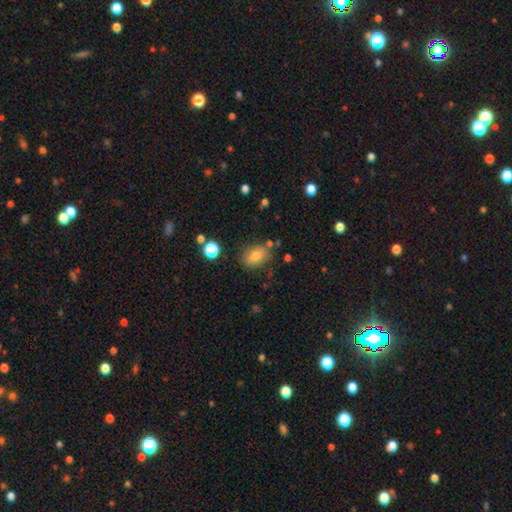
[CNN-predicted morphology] Smooth or featured?
  - smooth: 76% *
  - star or artifact: 13%
  - featured or disk: 11%
How rounded?
  - in between: 70% *
  - round: 29%
  - cigar-shaped: 1%
Merging?
  - none: 76% *
  - minor disturbance: 14%
  - merger: 5%
  - major disturbance: 4%